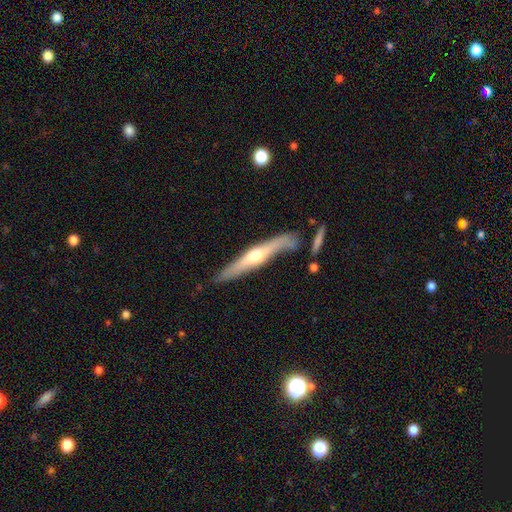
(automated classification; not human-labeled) A featured or disk galaxy (65%) viewed edge-on (94%) with a rounded central bulge (87%). Merging: none (73%).